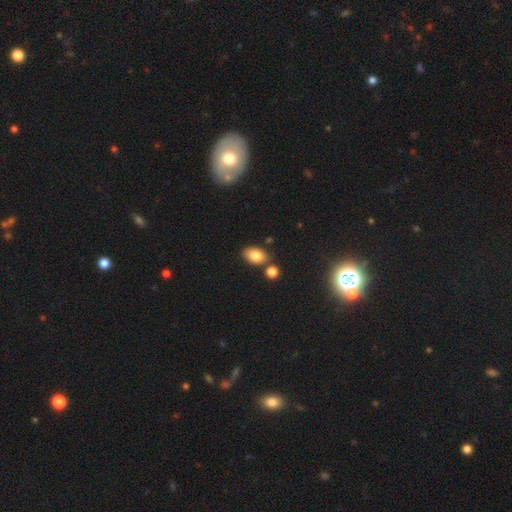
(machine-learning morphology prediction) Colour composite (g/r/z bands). It shows a smooth galaxy with no disk features (82%) that is in between round and cigar-shaped (84%). Merging: none (70%).